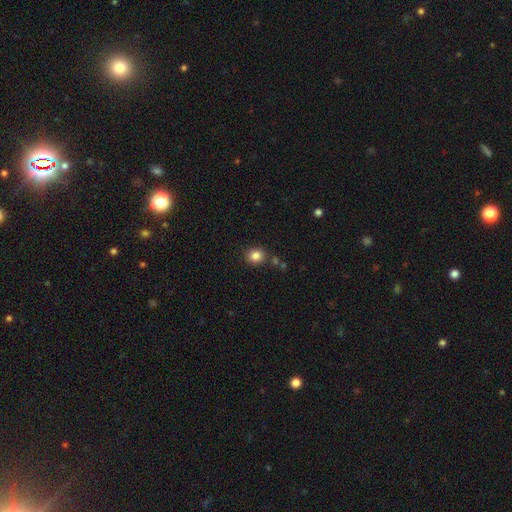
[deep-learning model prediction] smooth 84%, star or artifact 11%, featured or disk 5%. Down the decision tree: how rounded — round (84%); merging — none (83%).